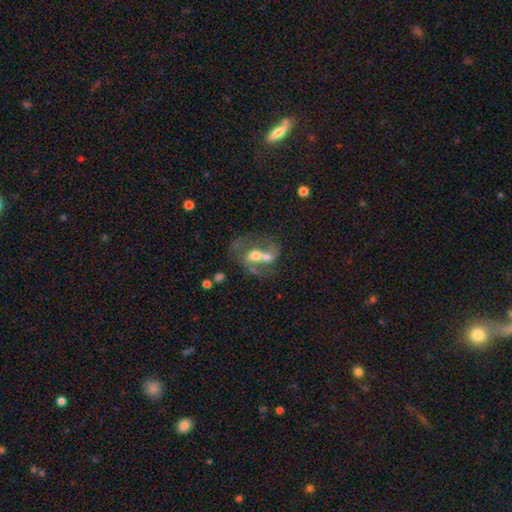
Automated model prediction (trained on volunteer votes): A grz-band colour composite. It shows a featured or disk galaxy (57%) with no bar (65%), spiral arms (53%) and a moderate central bulge (58%). Merging: merger (65%).